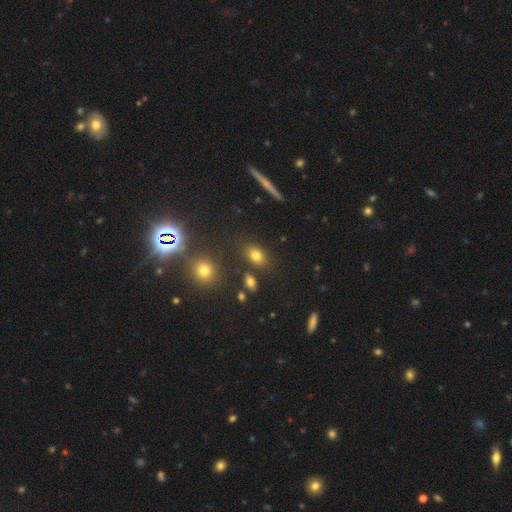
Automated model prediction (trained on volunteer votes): The model was most divided on "how rounded": in between: 73%, round: 25%, cigar-shaped: 2%. More confident: merging — none (80%); smooth or featured — smooth (76%).